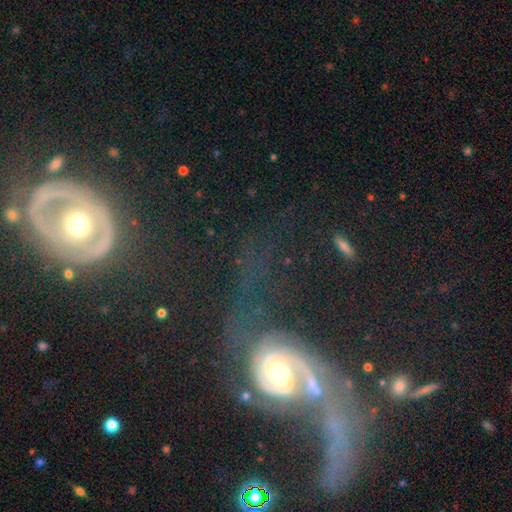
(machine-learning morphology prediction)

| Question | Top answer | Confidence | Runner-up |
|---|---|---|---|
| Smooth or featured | featured or disk | 65% | smooth (22%) |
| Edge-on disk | no | 92% | yes (8%) |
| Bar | no | 51% | weak (29%) |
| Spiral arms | yes | 79% | no (21%) |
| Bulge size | moderate | 62% | small (19%) |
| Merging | none | 37% | major disturbance (25%) |